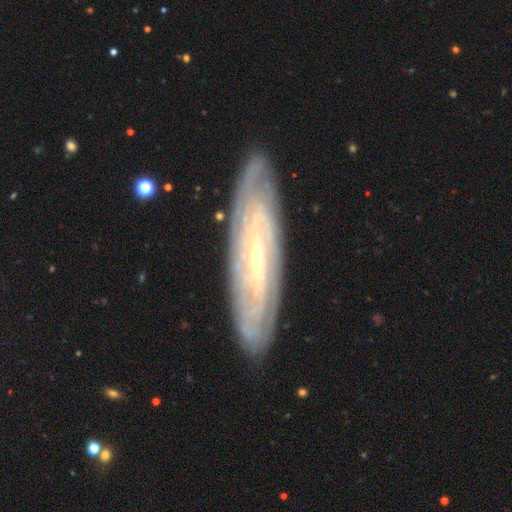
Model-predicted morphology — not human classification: Smooth or featured: featured or disk — 80% (smooth — 14%)
Edge-on disk: no — 75% (yes — 25%)
Bar: no — 41% (weak — 37%)
Spiral arms: yes — 92% (no — 8%)
Spiral winding: tight — 75% (medium — 20%)
Spiral arm count: can't tell — 53% (2 — 13%)
Bulge size: small — 79% (moderate — 15%)
Merging: none — 84% (minor disturbance — 12%)